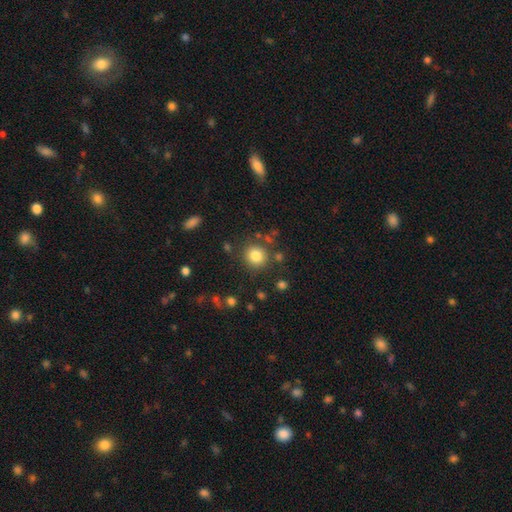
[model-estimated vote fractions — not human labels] Smooth or featured: smooth — 83% (star or artifact — 11%)
How rounded: round — 89% (in between — 10%)
Merging: none — 84% (minor disturbance — 8%)